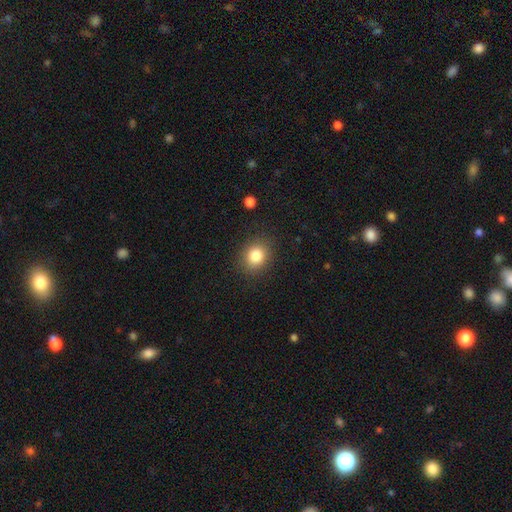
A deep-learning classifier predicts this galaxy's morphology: A smooth galaxy with no disk features (83%) that is round (66%).

Vote fractions:
- Smooth or featured? smooth: 83% / star or artifact: 11% / featured or disk: 7%
- How rounded? round: 66% / in between: 33% / cigar-shaped: 1%
- Merging? none: 87% / minor disturbance: 9% / major disturbance: 3% / merger: 1%